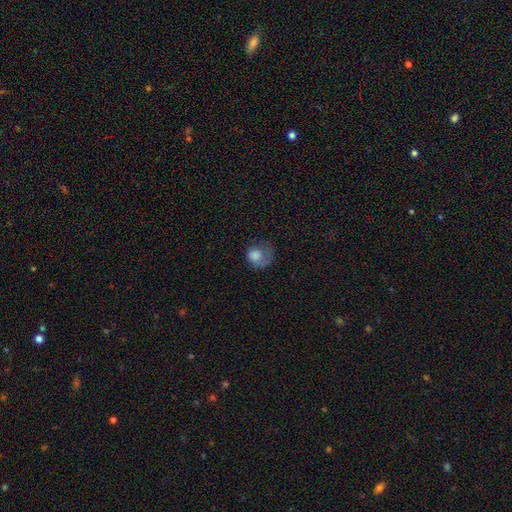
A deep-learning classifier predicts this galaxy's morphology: A smooth galaxy with no disk features (71%) that is round (75%). Merging: none (38%).